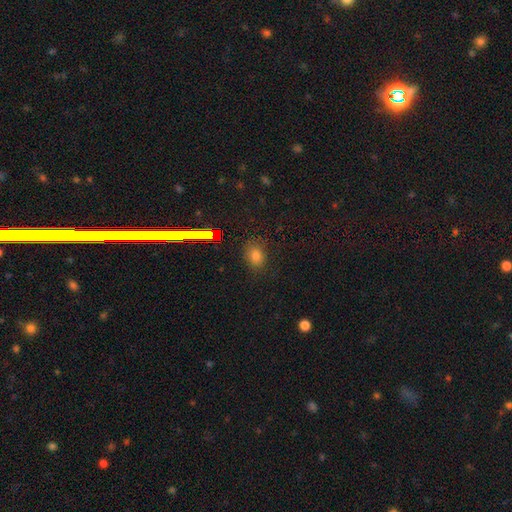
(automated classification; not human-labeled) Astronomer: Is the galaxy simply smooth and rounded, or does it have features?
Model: smooth — 73%.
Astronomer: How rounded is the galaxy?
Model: in between — 60% (runner-up: round, 38%).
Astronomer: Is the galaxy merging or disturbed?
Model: none — 84%.